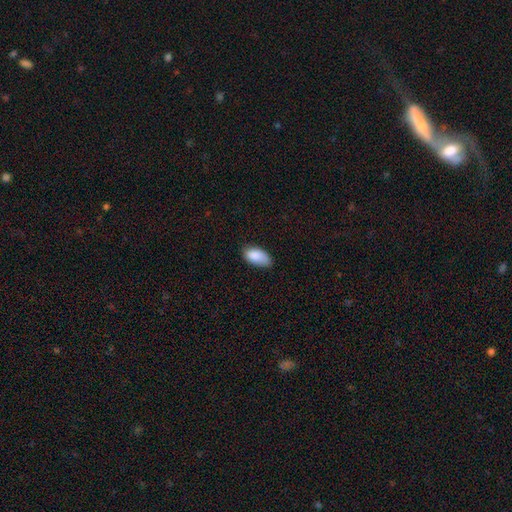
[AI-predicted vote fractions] smooth_or_featured: smooth (p=0.88) [alt: star or artifact p=0.07]
how_rounded: in between (p=0.94) [alt: round p=0.03]
merging: none (p=0.66) [alt: minor disturbance p=0.28]